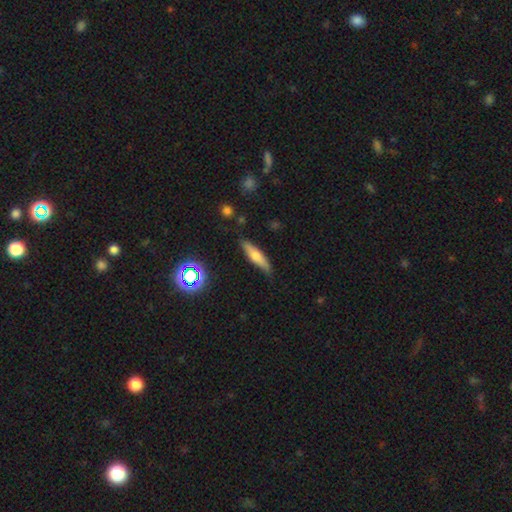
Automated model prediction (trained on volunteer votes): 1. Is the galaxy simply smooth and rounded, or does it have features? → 58% smooth, 33% featured or disk, 9% star or artifact.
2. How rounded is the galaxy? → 70% cigar-shaped, 28% in between, 2% round.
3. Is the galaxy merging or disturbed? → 81% none, 15% minor disturbance, 3% major disturbance, 2% merger.